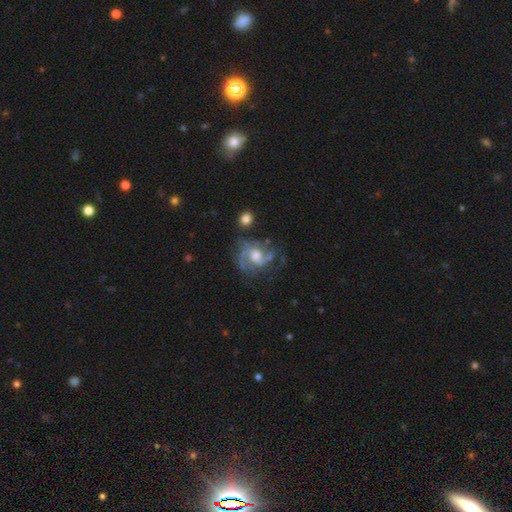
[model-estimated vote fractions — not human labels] Overall: featured or disk (79%). Edge-on disk: no (98%). Bar: no (63%; weak 31%). Spiral arms: yes (91%). Spiral arm count: 2 (45%; 3 20%). Spiral winding: medium (49%; tight 28%). Bulge size: moderate (57%; large 20%). Merging: none (54%; minor disturbance 21%).